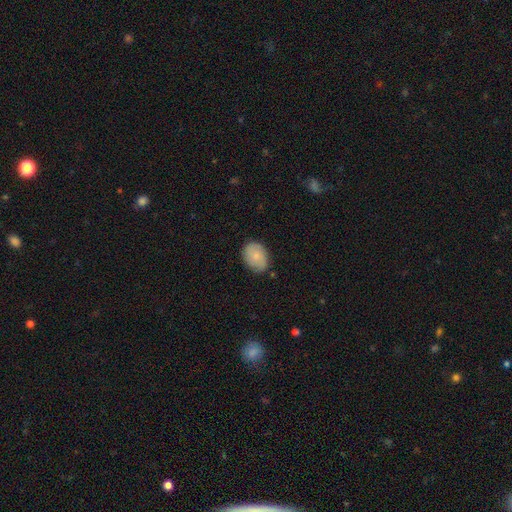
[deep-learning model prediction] Morphology: type=smooth (79%); roundness=in between (73%); merging=none (77%).